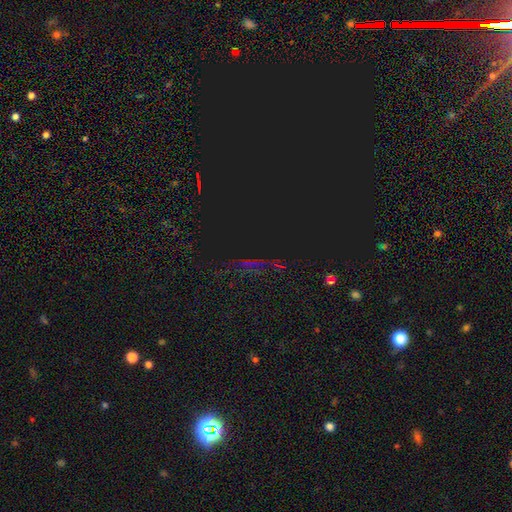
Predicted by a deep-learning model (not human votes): Morphology: type=star or artifact (83%).